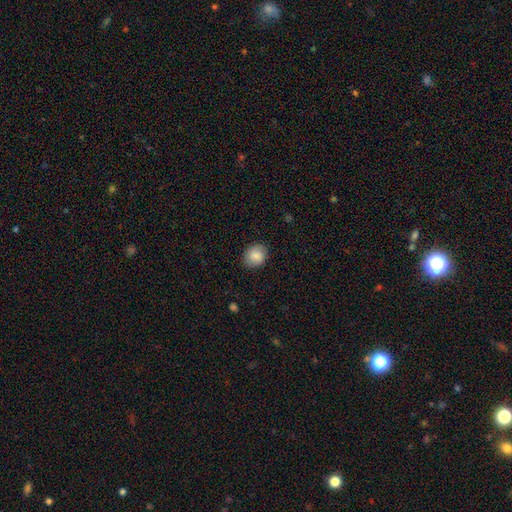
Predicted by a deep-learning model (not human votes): The model was most divided on "how rounded": round: 57%, in between: 42%, cigar-shaped: 1%. More confident: smooth or featured — smooth (87%); merging — none (86%).